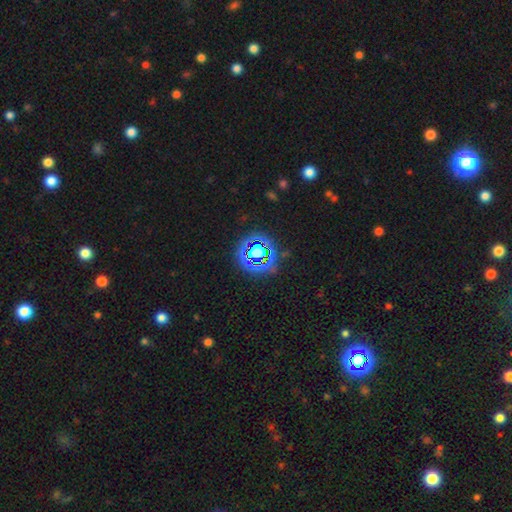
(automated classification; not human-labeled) A star or artifact, not a galaxy (61%).